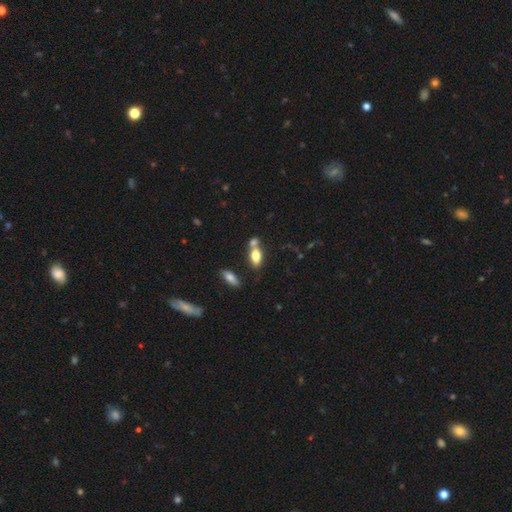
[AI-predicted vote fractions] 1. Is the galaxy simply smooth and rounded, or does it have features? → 75% smooth, 16% featured or disk, 9% star or artifact.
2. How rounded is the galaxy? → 84% in between, 11% cigar-shaped, 6% round.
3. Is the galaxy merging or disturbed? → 48% none, 36% merger, 12% minor disturbance, 4% major disturbance.